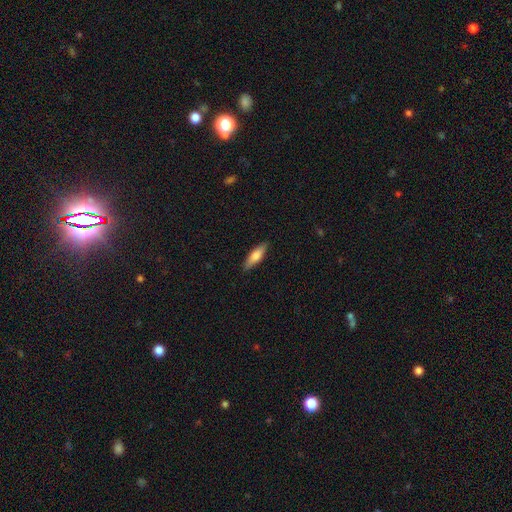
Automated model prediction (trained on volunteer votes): smooth_or_featured: smooth (p=0.70) [alt: featured or disk p=0.25]
how_rounded: cigar-shaped (p=0.56) [alt: in between p=0.42]
merging: none (p=0.88) [alt: minor disturbance p=0.09]